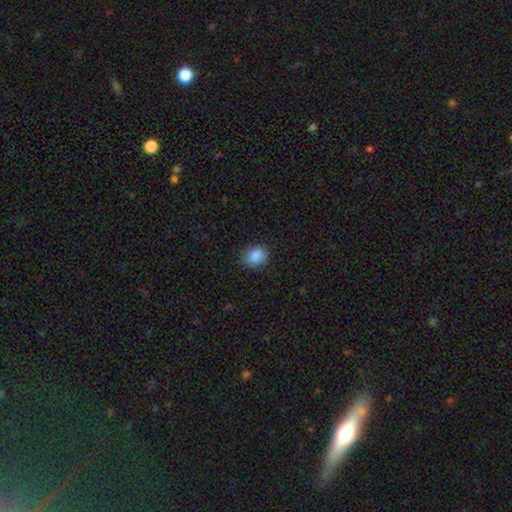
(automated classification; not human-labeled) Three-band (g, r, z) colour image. It shows a smooth galaxy with no disk features (87%) that is in between round and cigar-shaped (51%). Merging: none (83%).